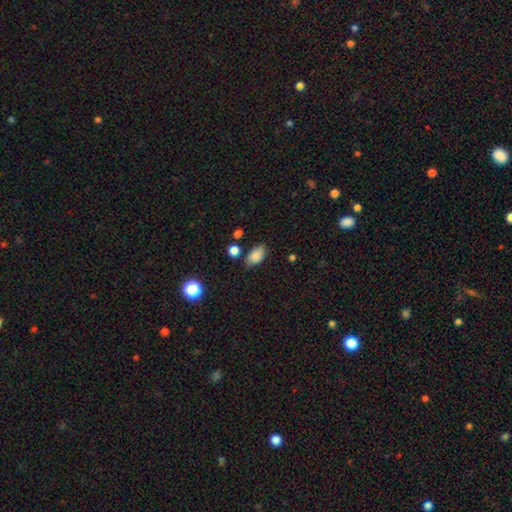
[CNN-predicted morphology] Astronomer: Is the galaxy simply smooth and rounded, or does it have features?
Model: smooth — 85%.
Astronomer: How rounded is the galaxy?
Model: in between — 91%.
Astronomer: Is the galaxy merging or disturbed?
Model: none — 71%.